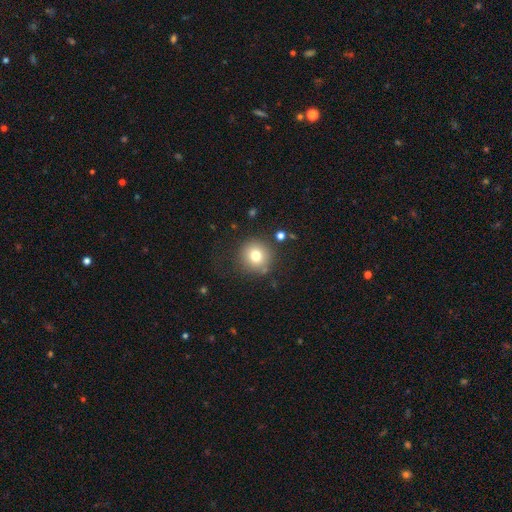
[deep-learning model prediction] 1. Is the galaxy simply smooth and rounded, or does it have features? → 75% smooth, 13% star or artifact, 12% featured or disk.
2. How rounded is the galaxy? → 93% round, 6% in between, 1% cigar-shaped.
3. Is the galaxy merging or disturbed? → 82% none, 10% minor disturbance, 4% major disturbance, 3% merger.